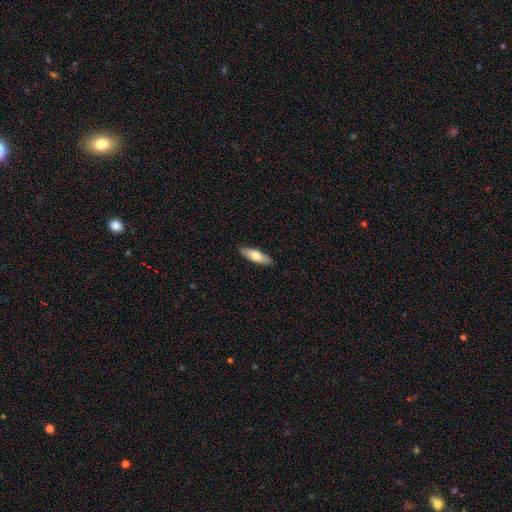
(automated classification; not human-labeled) A smooth galaxy with no disk features (67%) that is in between round and cigar-shaped (50%).

Vote fractions:
- Smooth or featured? smooth: 67% / featured or disk: 28% / star or artifact: 5%
- How rounded? in between: 50% / cigar-shaped: 48% / round: 2%
- Merging? none: 89% / minor disturbance: 8% / major disturbance: 2% / merger: 1%